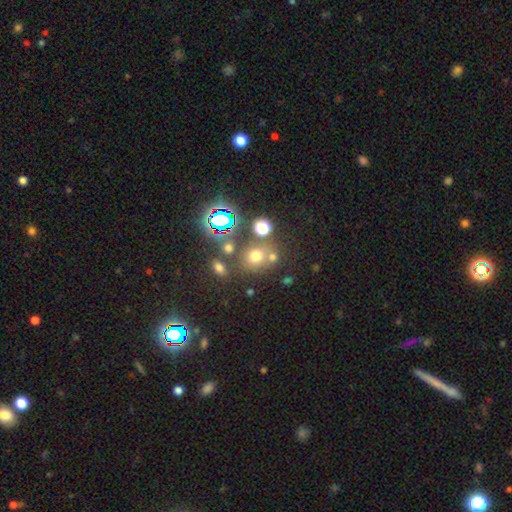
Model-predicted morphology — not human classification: Smooth or featured? smooth (59%)
How rounded? round (74%)
Merging? none (61%)